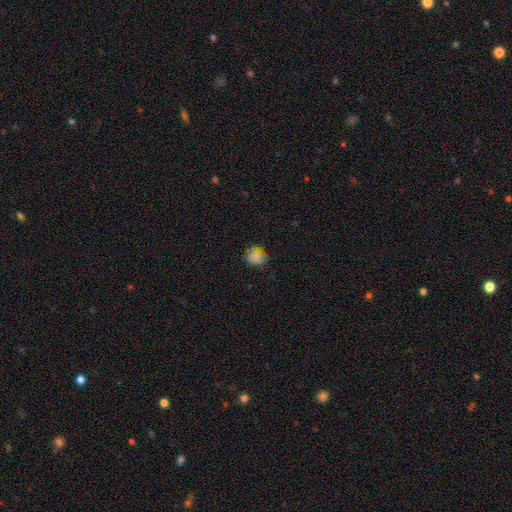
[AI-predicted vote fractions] This appears to be a smooth galaxy with no disk features (79%) that is round (77%). Merging: none (73%).